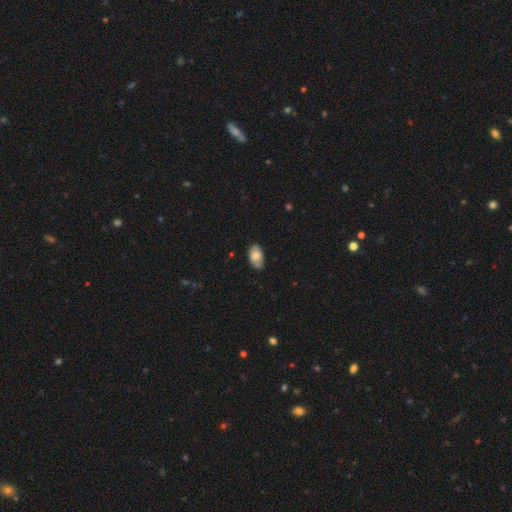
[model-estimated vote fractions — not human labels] This appears to be a smooth galaxy with no disk features (77%) that is in between round and cigar-shaped (95%). Merging: none (85%).